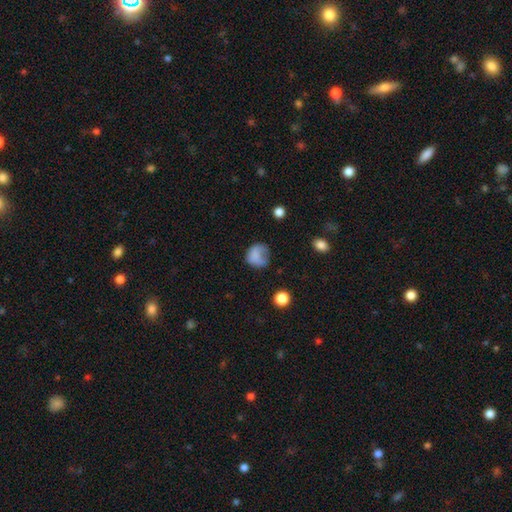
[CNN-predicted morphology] Q: Smooth or featured?
A: smooth (77%); runner-up: featured or disk (13%)
Q: How rounded?
A: round (74%); runner-up: in between (25%)
Q: Merging?
A: none (45%); runner-up: minor disturbance (28%)